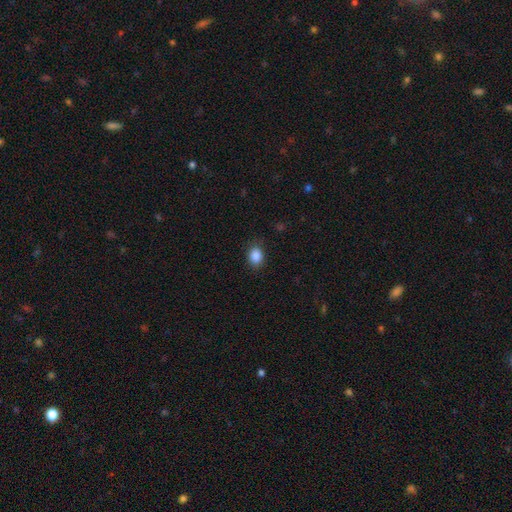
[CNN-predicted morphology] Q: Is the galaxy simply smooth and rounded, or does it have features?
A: smooth — 88%.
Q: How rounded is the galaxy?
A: in between — 59%.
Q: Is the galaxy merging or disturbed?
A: none — 83%.